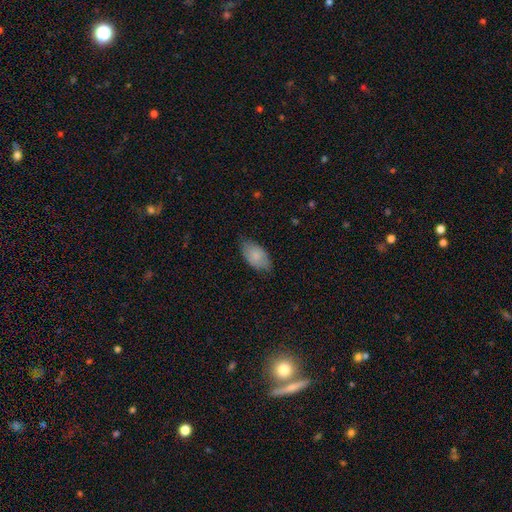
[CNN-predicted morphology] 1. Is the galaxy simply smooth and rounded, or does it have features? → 81% smooth, 13% featured or disk, 6% star or artifact.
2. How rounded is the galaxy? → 94% in between, 4% round, 2% cigar-shaped.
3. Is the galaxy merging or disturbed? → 70% none, 25% minor disturbance, 4% major disturbance, 1% merger.